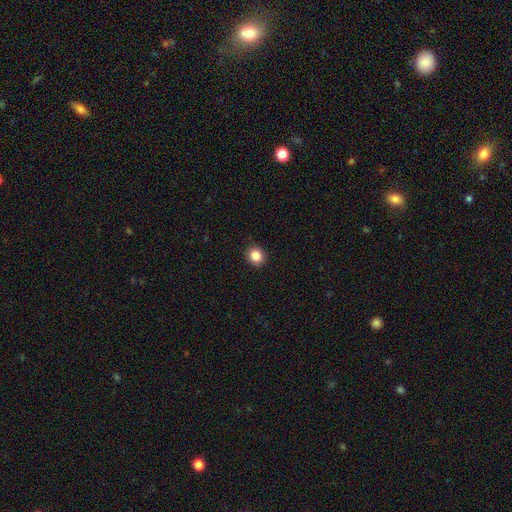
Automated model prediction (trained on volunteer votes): smooth_or_featured: smooth (p=0.86) [alt: star or artifact p=0.10]
how_rounded: round (p=0.82) [alt: in between p=0.17]
merging: none (p=0.92) [alt: minor disturbance p=0.06]